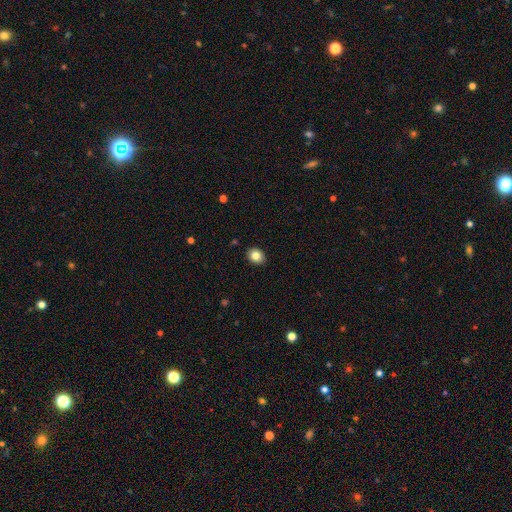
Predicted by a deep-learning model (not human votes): This is clearly a smooth galaxy (84%). How rounded: possibly in between (56%). Merging: clearly none (89%).